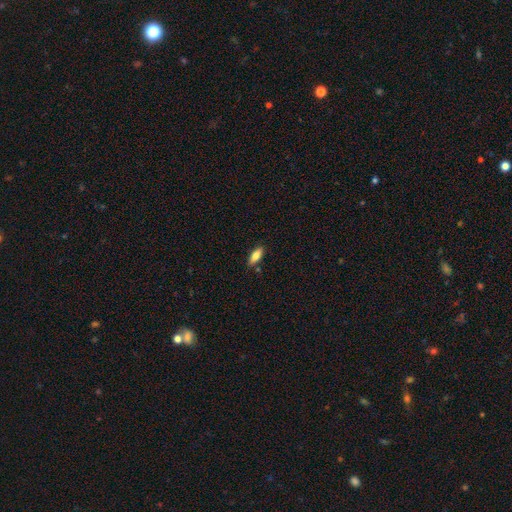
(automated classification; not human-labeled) Smooth or featured? smooth (80%)
How rounded? in between (77%)
Merging? none (84%)